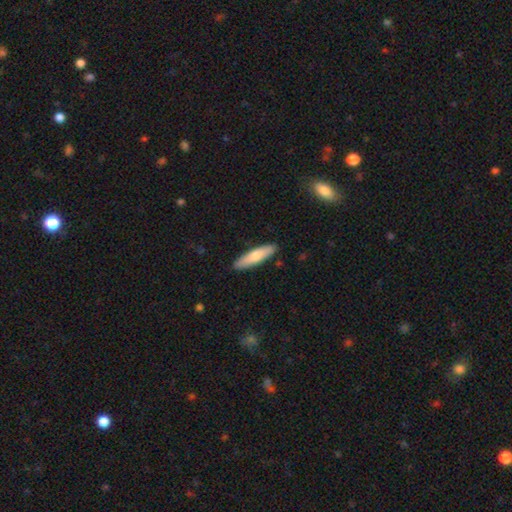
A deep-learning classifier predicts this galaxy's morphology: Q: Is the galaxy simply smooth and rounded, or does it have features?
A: smooth — 71%.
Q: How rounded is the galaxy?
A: cigar-shaped — 76%.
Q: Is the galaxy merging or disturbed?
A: none — 89%.